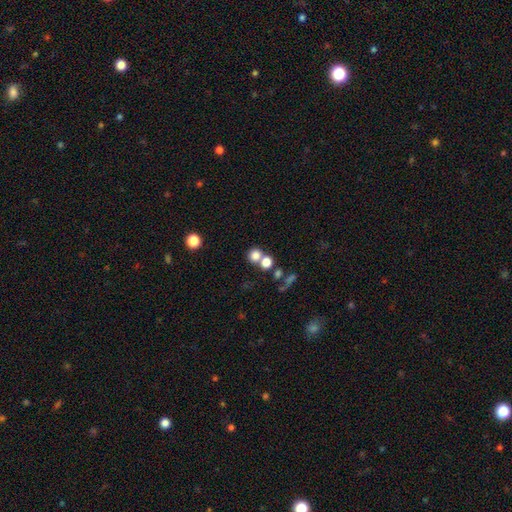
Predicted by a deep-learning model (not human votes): smooth-or-featured: smooth: 78% | star or artifact: 13% | featured or disk: 9%
  how-rounded: round: 84% | in between: 15% | cigar-shaped: 1%
  merging: none: 49% | merger: 39% | minor disturbance: 7% | major disturbance: 4%